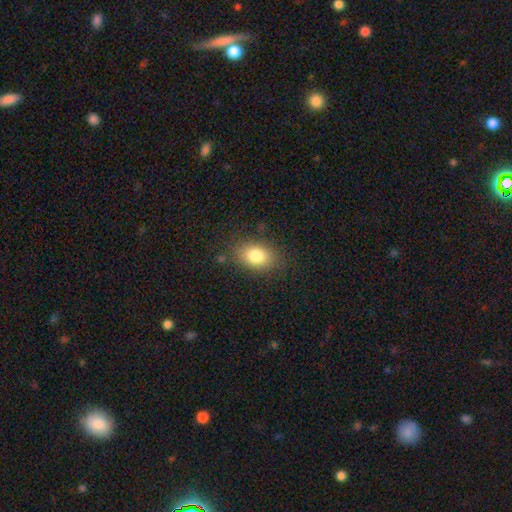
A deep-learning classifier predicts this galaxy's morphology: Overall: smooth (82%). How rounded: in between (77%). Merging: none (82%).